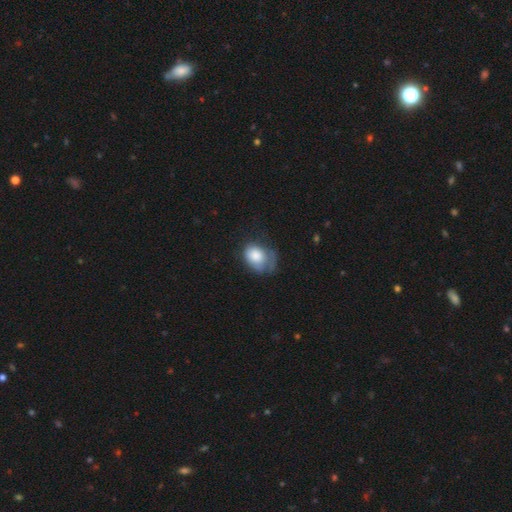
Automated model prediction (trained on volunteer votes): Smooth or featured: smooth — 73% (featured or disk — 20%)
How rounded: in between — 66% (round — 33%)
Merging: minor disturbance — 33% (tied with major disturbance — 33%)